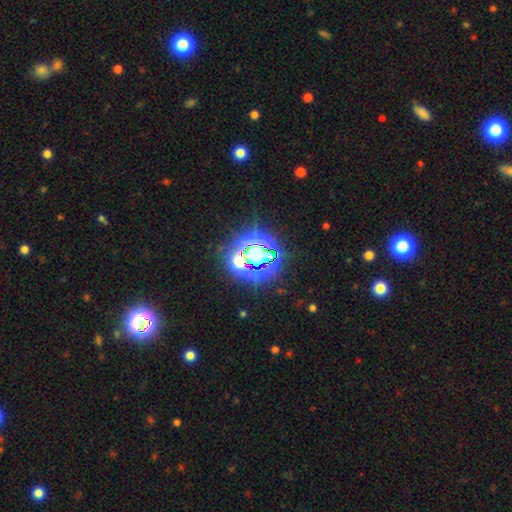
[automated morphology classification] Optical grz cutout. It shows a star or artifact, not a galaxy (72%).